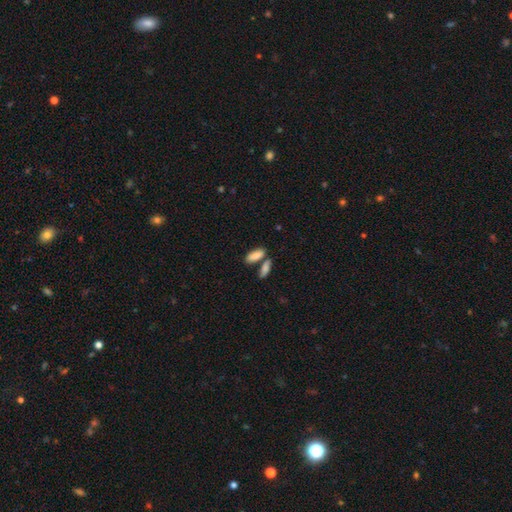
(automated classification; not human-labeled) Q: Smooth or featured?
A: smooth (84%); runner-up: featured or disk (9%)
Q: How rounded?
A: in between (75%); runner-up: cigar-shaped (23%)
Q: Merging?
A: none (55%); runner-up: merger (30%)